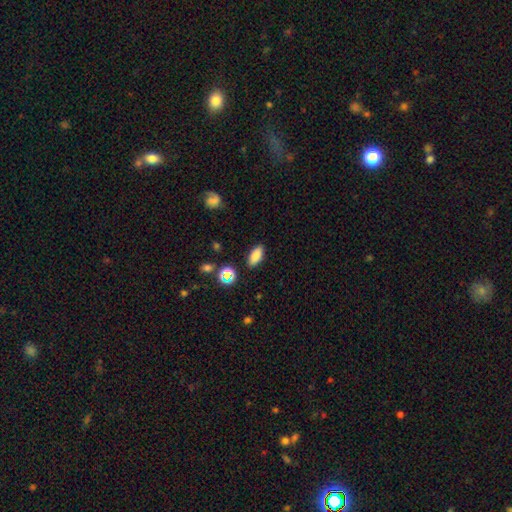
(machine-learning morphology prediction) The model was most divided on "how rounded": in between: 84%, cigar-shaped: 12%, round: 4%. More confident: merging — none (87%); smooth or featured — smooth (83%).